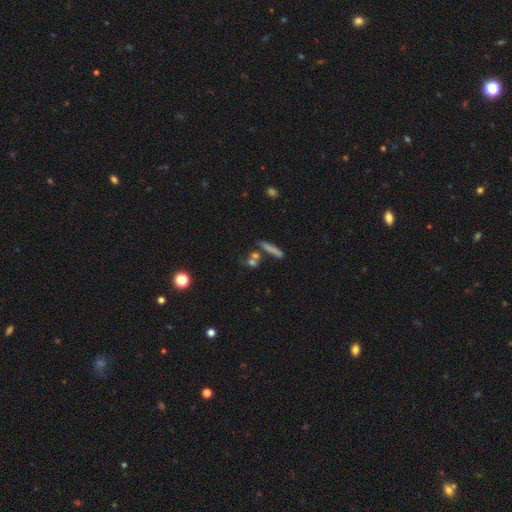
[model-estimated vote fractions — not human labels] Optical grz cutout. It shows a smooth galaxy with no disk features (54%) that is cigar-shaped (64%). Merging: none (68%).